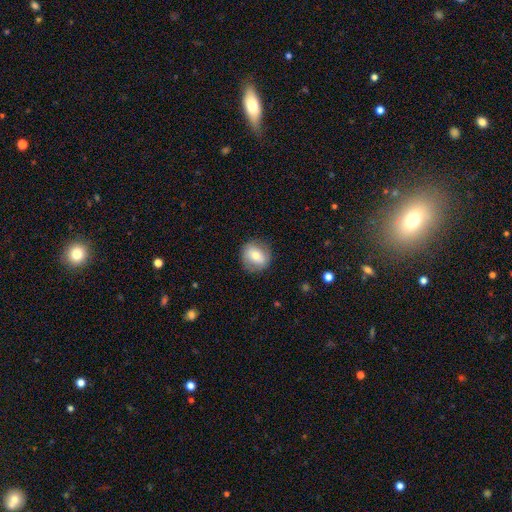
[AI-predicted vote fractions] Smooth or featured? smooth (66%)
How rounded? round (77%)
Merging? none (83%)